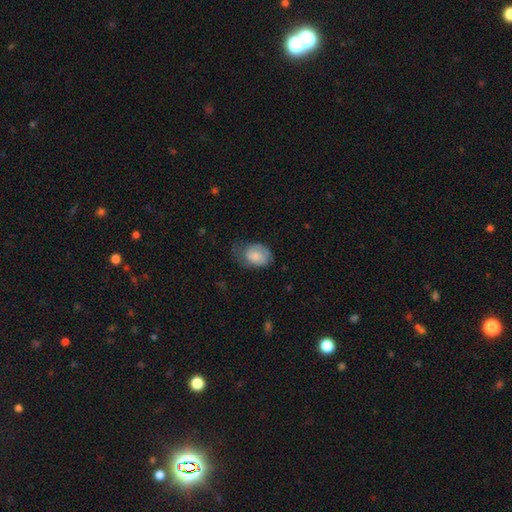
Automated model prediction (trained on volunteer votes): Smooth or featured? Predicted: smooth (p=0.77). How rounded? Predicted: in between (p=0.76). Merging? Predicted: minor disturbance (p=0.36, tied with none).